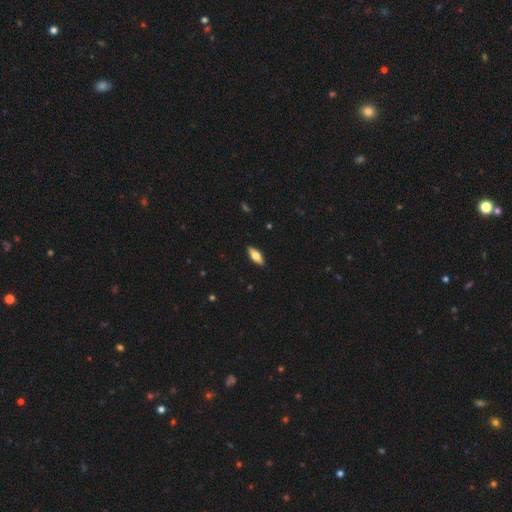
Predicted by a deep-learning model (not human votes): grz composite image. It shows a smooth galaxy with no disk features (60%) that is in between round and cigar-shaped (70%). Merging: none (89%).